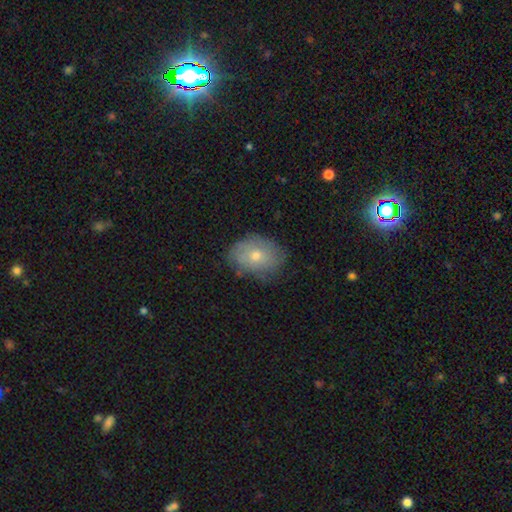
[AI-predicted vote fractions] smooth_or_featured: smooth (p=0.57) [alt: featured or disk p=0.34]
how_rounded: in between (p=0.71) [alt: round p=0.28]
merging: none (p=0.71) [alt: minor disturbance p=0.22]